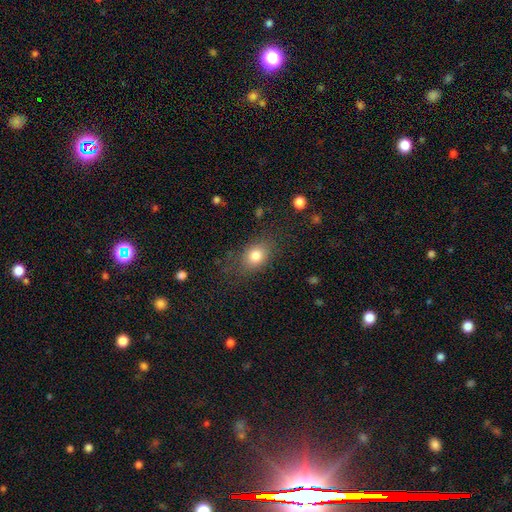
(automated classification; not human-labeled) Morphology: type=smooth (79%); roundness=in between (67%); merging=none (75%).